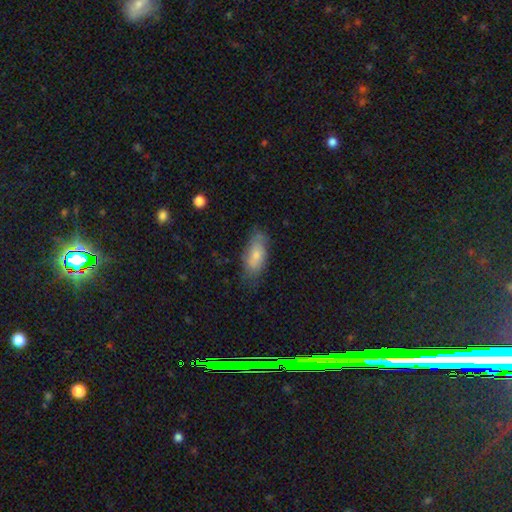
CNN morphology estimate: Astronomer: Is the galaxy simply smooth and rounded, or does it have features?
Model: smooth — 72%.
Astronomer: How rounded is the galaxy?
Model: in between — 86%.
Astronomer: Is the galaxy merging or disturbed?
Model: none — 67%.